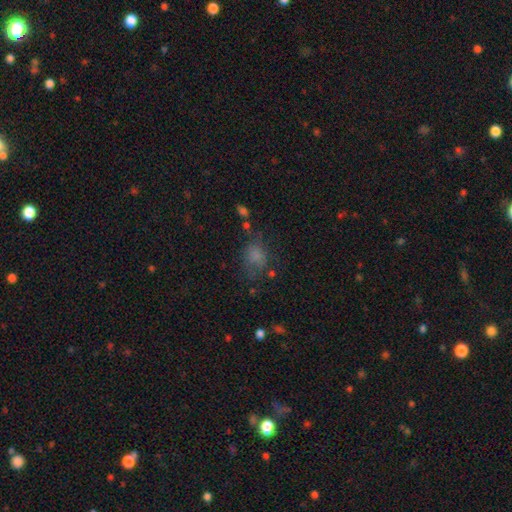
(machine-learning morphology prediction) This is likely a smooth galaxy (72%). How rounded: possibly in between (55%). Merging: possibly none (53%).